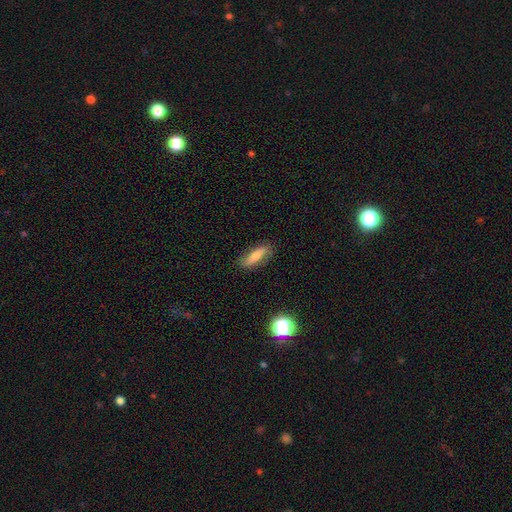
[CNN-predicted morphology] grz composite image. It shows a smooth galaxy with no disk features (60%) that is cigar-shaped (56%). Merging: none (82%).